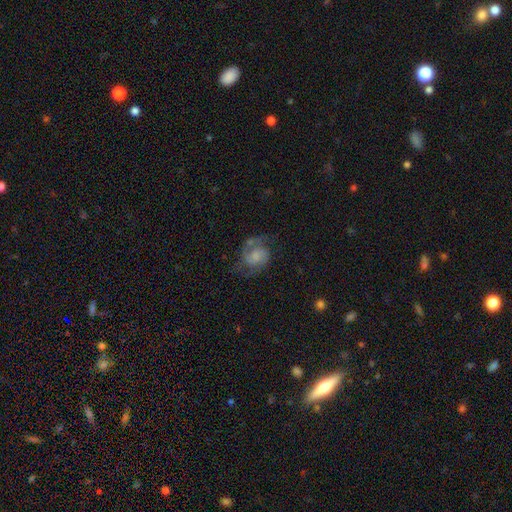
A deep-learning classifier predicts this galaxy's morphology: Smooth or featured?
  - featured or disk: 75% *
  - smooth: 17%
  - star or artifact: 8%
Edge-on disk?
  - no: 98% *
  - yes: 2%
Bar?
  - no: 61% *
  - weak: 33%
  - strong: 5%
Spiral arms?
  - yes: 93% *
  - no: 7%
Spiral winding?
  - medium: 52% *
  - loose: 25%
  - tight: 22%
Spiral arm count?
  - 2: 83% *
  - 1: 7%
  - can't tell: 5%
  - 3: 2%
  - 4: 1%
  - more than 4: 1%
Bulge size?
  - small: 32% *
  - none: 30%
  - moderate: 24%
  - large: 11%
  - dominant: 2%
Merging?
  - none: 60% *
  - minor disturbance: 20%
  - major disturbance: 17%
  - merger: 3%